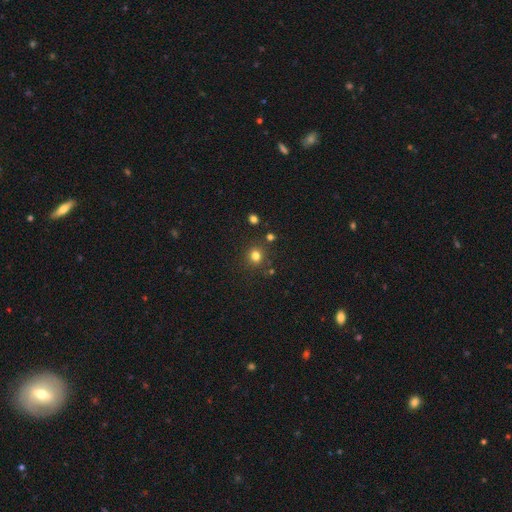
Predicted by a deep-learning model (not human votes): smooth 78%, star or artifact 16%, featured or disk 6%. Down the decision tree: how rounded — round (89%); merging — none (84%).